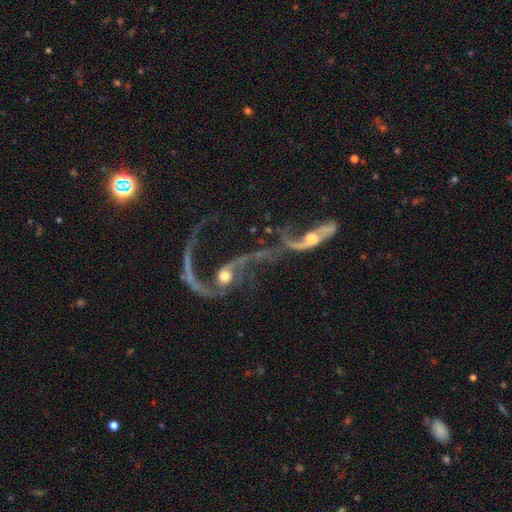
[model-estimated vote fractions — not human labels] smooth_or_featured: featured or disk (p=0.74) [alt: star or artifact p=0.16]
disk_edge_on: no (p=0.89) [alt: yes p=0.11]
bar: no (p=0.56) [alt: weak p=0.29]
has_spiral_arms: yes (p=0.73) [alt: no p=0.27]
bulge_size: small (p=0.45) [alt: moderate p=0.31]
merging: merger (p=0.51) [alt: major disturbance p=0.23]